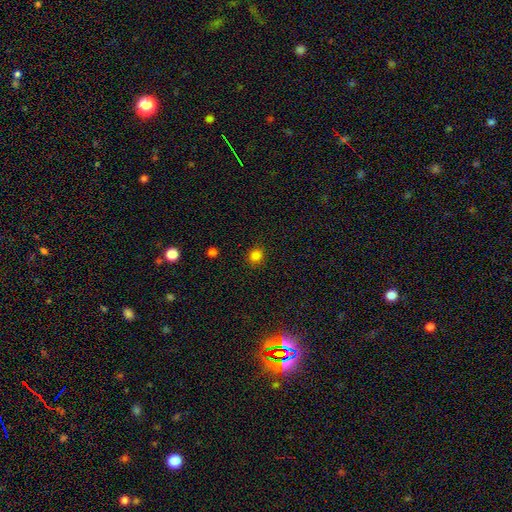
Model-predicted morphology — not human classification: smooth 82%, star or artifact 15%, featured or disk 3%. Down the decision tree: how rounded — round (83%); merging — none (89%).